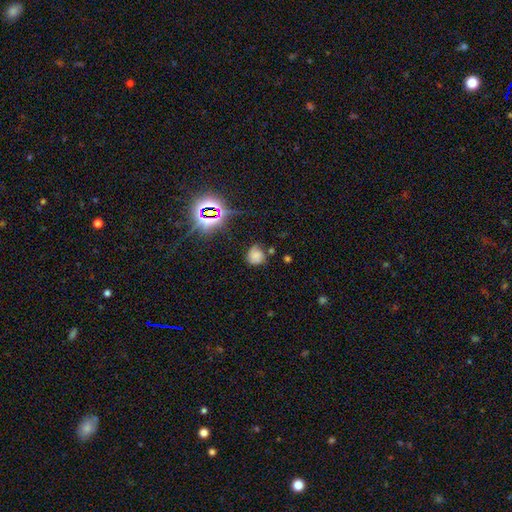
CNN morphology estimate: Q: Smooth or featured?
A: smooth (63%); runner-up: star or artifact (22%)
Q: How rounded?
A: round (81%); runner-up: in between (18%)
Q: Merging?
A: none (61%); runner-up: minor disturbance (26%)